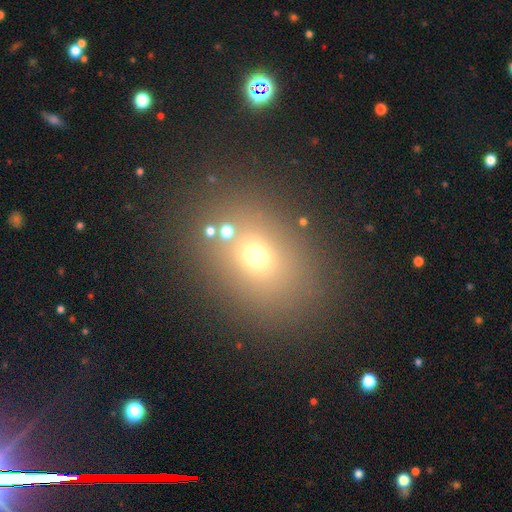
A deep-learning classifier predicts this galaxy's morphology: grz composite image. It shows a smooth galaxy with no disk features (66%) that is in between round and cigar-shaped (57%). Merging: none (77%).